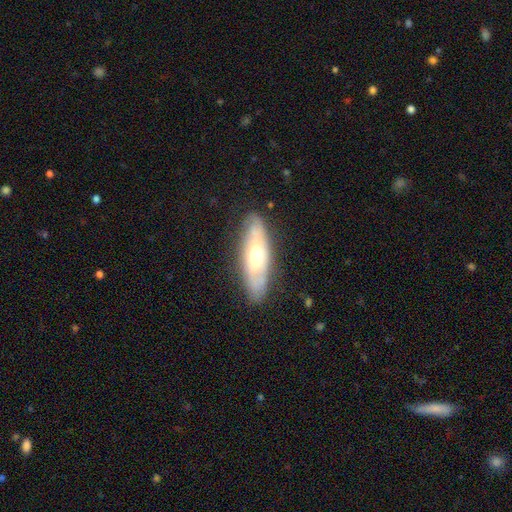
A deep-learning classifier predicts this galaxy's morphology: Smooth or featured? Predicted: featured or disk (p=0.56). Edge-on disk? Predicted: no (p=0.66). Merging? Predicted: none (p=0.79).